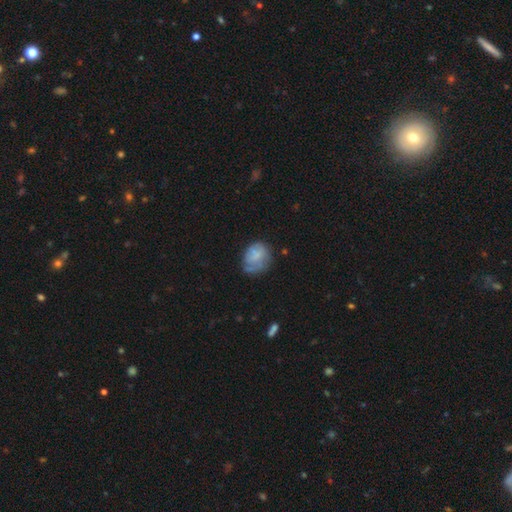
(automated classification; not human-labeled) Overall: smooth (57%; featured or disk 34%). How rounded: round (52%; in between 47%). Merging: none (45%; minor disturbance 31%).